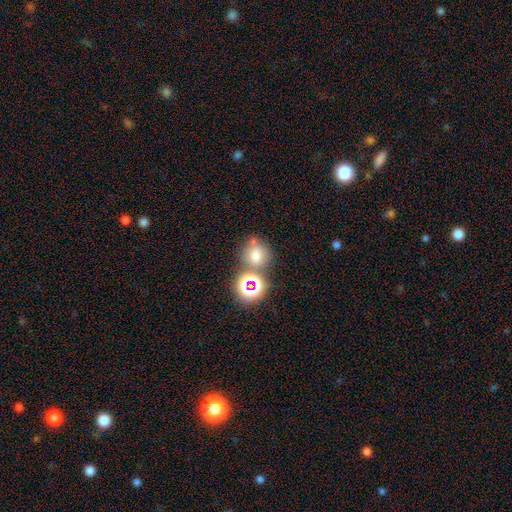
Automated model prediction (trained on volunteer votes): Overall: smooth (64%; star or artifact 25%). How rounded: round (81%). Merging: none (63%).